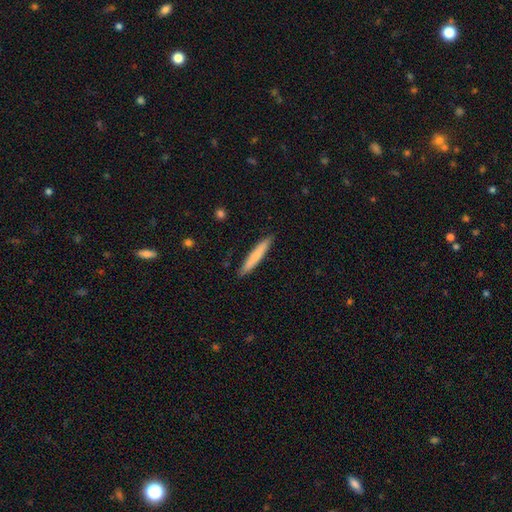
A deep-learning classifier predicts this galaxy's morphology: Smooth or featured?
  - smooth: 72% *
  - featured or disk: 22%
  - star or artifact: 6%
How rounded?
  - cigar-shaped: 94% *
  - in between: 4%
  - round: 1%
Merging?
  - none: 90% *
  - minor disturbance: 8%
  - major disturbance: 1%
  - merger: 1%